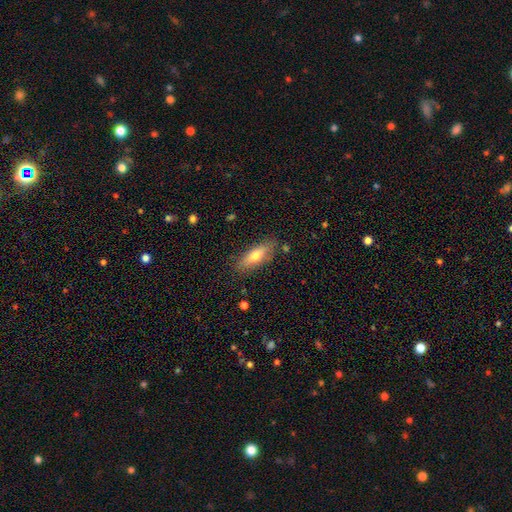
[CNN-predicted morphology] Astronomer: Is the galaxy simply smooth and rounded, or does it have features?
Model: smooth — 68%.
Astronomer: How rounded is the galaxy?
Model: in between — 60% (runner-up: cigar-shaped, 37%).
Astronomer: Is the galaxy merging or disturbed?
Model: none — 82%.